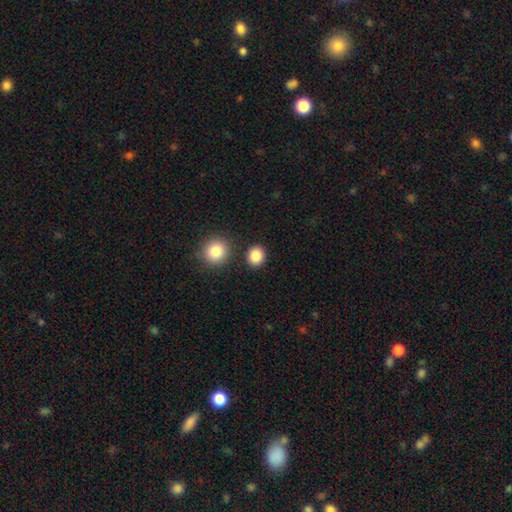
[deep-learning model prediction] This appears to be a smooth galaxy with no disk features (87%) that is round (74%). Merging: none (84%).